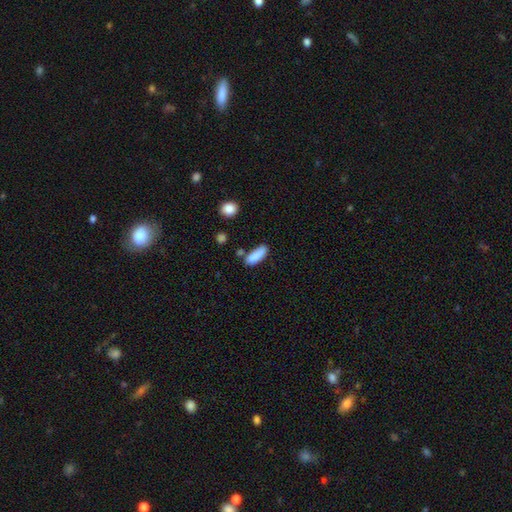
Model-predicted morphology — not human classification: Smooth or featured? Predicted: smooth (p=0.87). How rounded? Predicted: in between (p=0.69). Merging? Predicted: none (p=0.63).